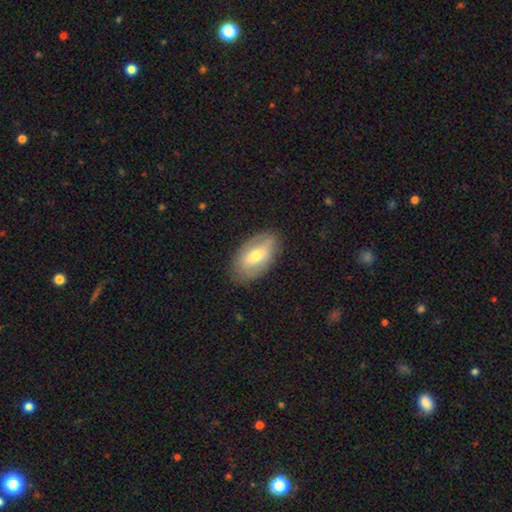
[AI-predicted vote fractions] smooth-or-featured: smooth: 56% | featured or disk: 38% | star or artifact: 6%
  how-rounded: in between: 92% | round: 6% | cigar-shaped: 3%
  merging: none: 81% | minor disturbance: 14% | major disturbance: 4% | merger: 1%